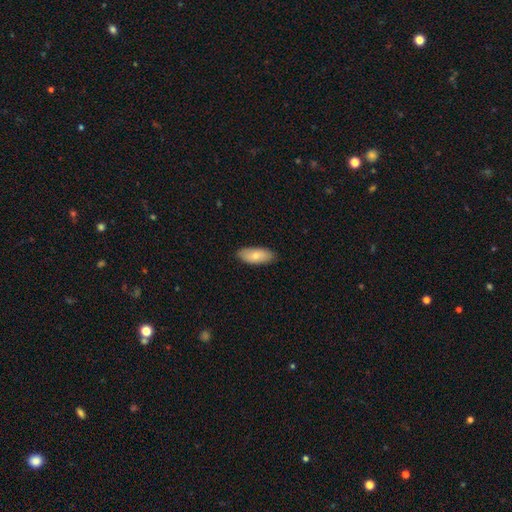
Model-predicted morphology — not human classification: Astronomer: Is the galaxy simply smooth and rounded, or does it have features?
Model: smooth — 76%.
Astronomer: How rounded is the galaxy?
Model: in between — 86%.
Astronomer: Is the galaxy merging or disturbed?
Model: none — 86%.